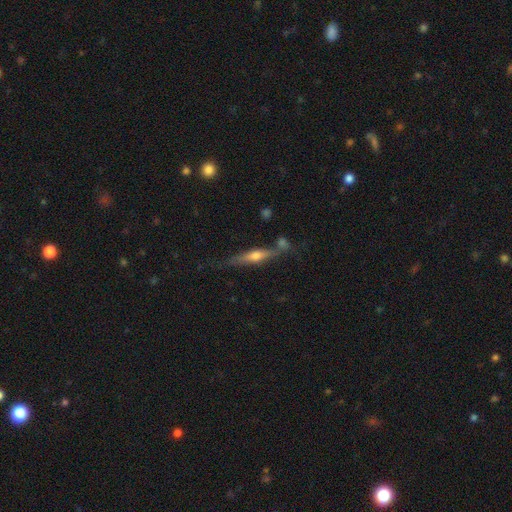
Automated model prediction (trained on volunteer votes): Overall: featured or disk (60%; smooth 34%). Edge-on disk: yes (93%). Edge-on bulge: rounded (86%). Merging: none (67%).